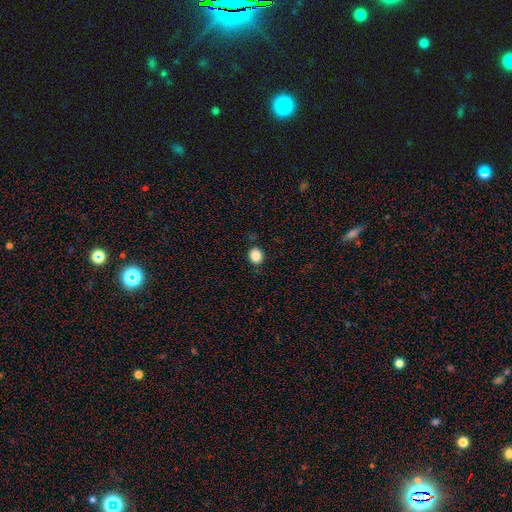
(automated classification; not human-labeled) Smooth or featured?
  - smooth: 86% *
  - star or artifact: 10%
  - featured or disk: 4%
How rounded?
  - round: 75% *
  - in between: 24%
  - cigar-shaped: 1%
Merging?
  - none: 87% *
  - minor disturbance: 9%
  - major disturbance: 2%
  - merger: 1%